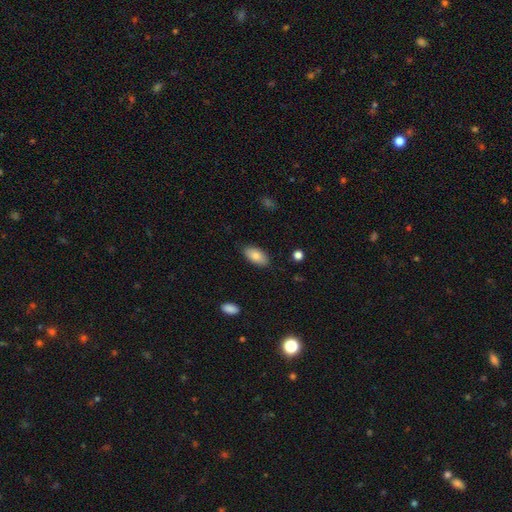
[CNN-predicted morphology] This is clearly a smooth galaxy (84%). How rounded: clearly in between (94%). Merging: clearly none (85%).